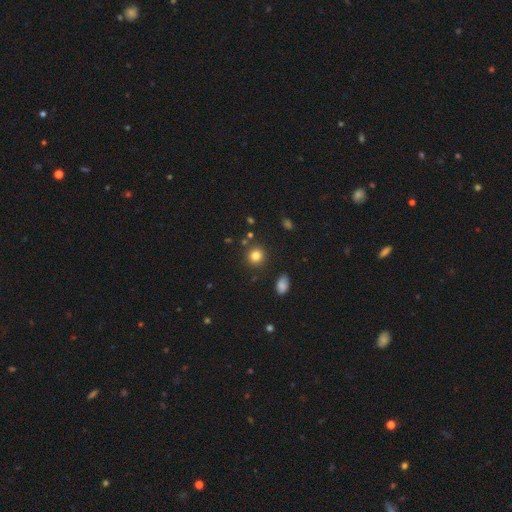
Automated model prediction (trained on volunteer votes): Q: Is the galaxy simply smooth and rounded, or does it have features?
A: smooth — 82%.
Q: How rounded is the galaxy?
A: round — 89%.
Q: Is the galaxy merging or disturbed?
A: none — 86%.